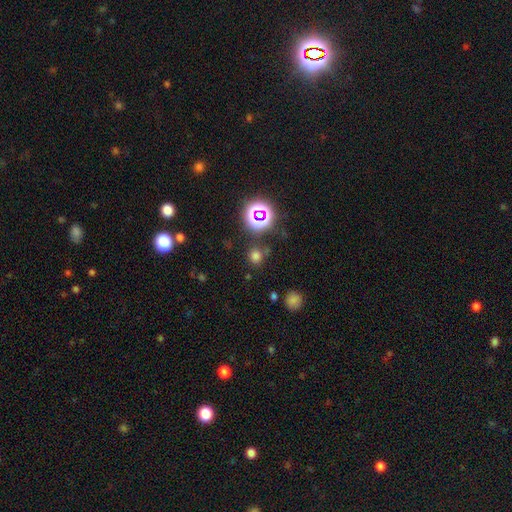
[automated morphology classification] This is likely a smooth galaxy (67%). How rounded: clearly round (88%). Merging: likely none (78%).